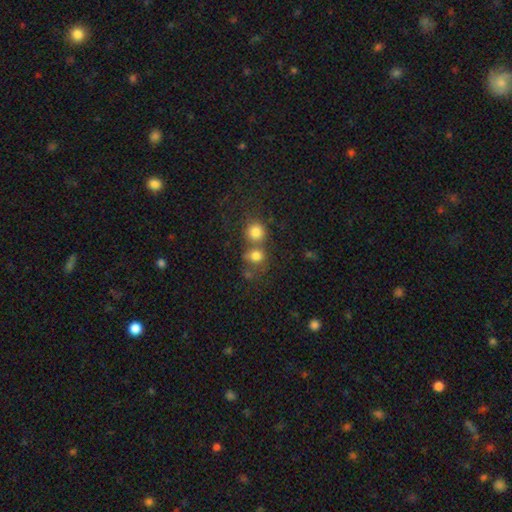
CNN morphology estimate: smooth 76%, star or artifact 13%, featured or disk 11%. Down the decision tree: how rounded — round (79%); merging — merger (46%).